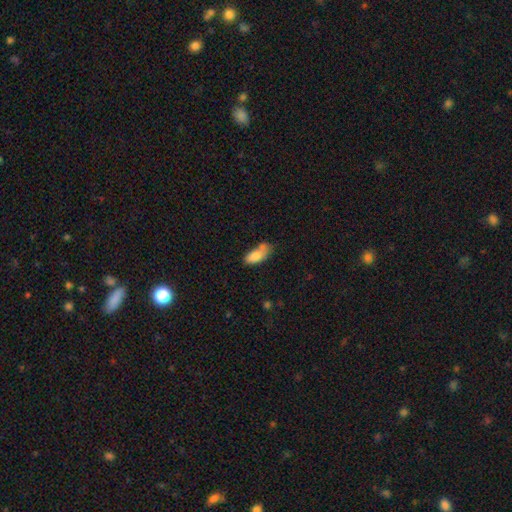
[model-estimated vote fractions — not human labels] This appears to be a smooth galaxy with no disk features (79%) that is in between round and cigar-shaped (84%). Merging: none (38%).